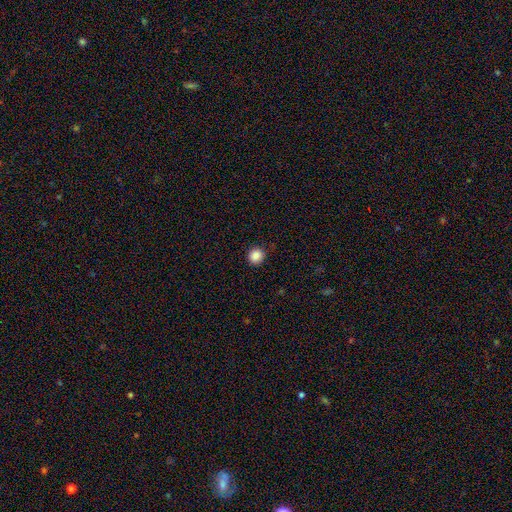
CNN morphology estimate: type=smooth (87%); roundness=round (91%); merging=none (90%).